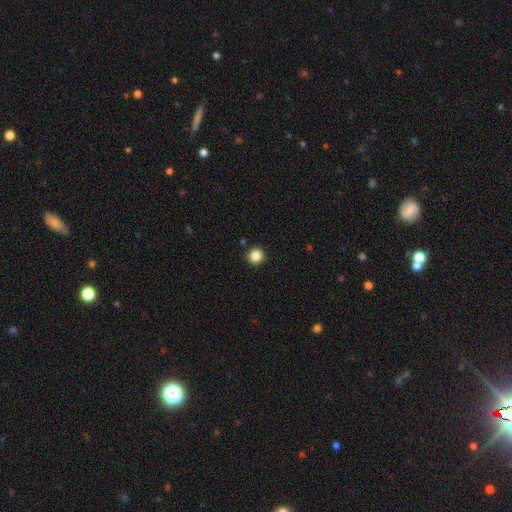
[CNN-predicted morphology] smooth 86%, star or artifact 11%, featured or disk 4%. Down the decision tree: how rounded — round (94%); merging — none (91%).